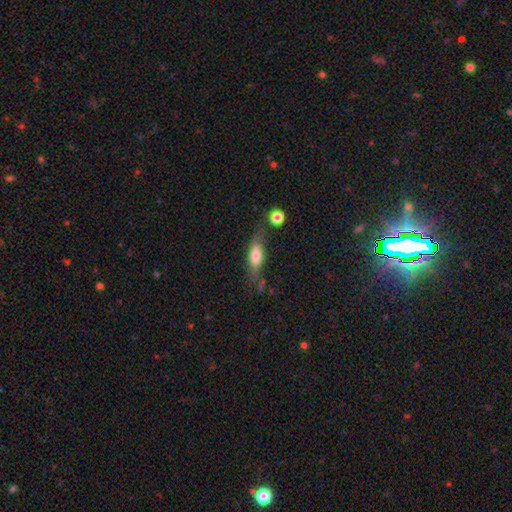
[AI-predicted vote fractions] Morphology: type=smooth (64%); roundness=in between (56%); merging=none (61%).